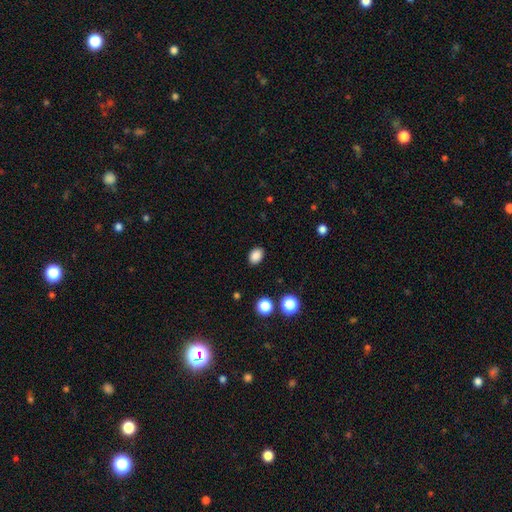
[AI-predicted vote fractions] Morphology: type=smooth (86%); roundness=in between (70%); merging=none (88%).